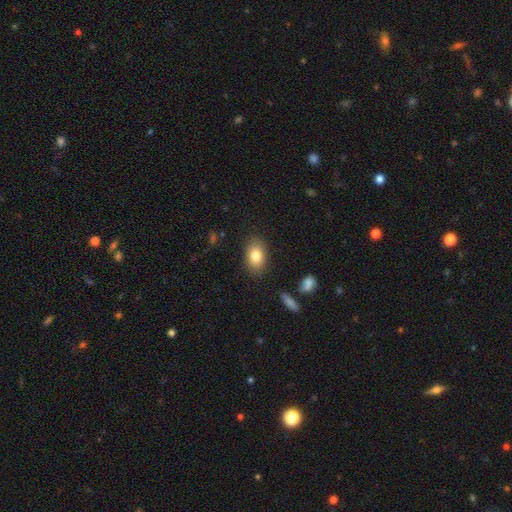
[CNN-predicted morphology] Smooth or featured?
  - smooth: 81% *
  - featured or disk: 11%
  - star or artifact: 8%
How rounded?
  - in between: 87% *
  - round: 11%
  - cigar-shaped: 2%
Merging?
  - none: 85% *
  - minor disturbance: 10%
  - major disturbance: 3%
  - merger: 2%